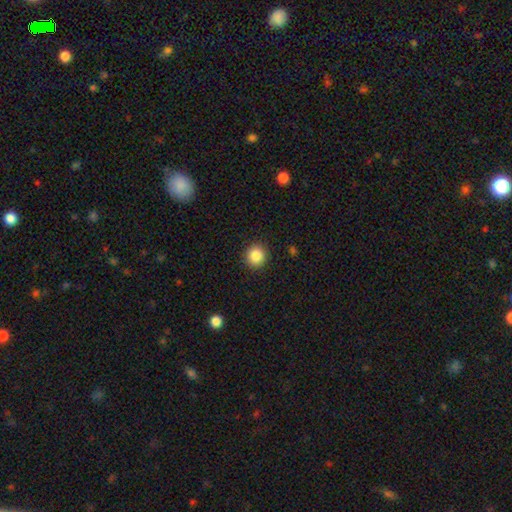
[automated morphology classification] type=smooth (87%); roundness=round (92%); merging=none (91%).